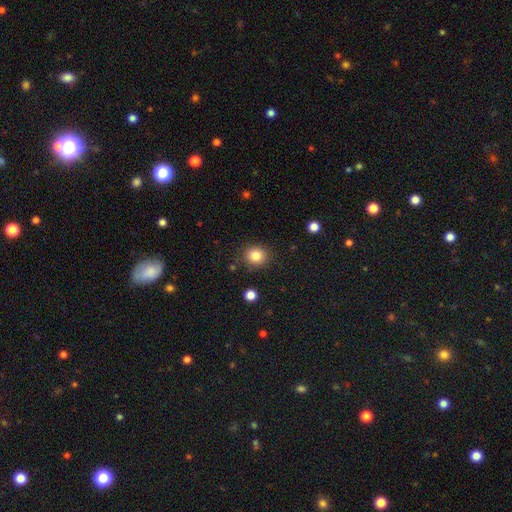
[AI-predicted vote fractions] smooth 83%, star or artifact 11%, featured or disk 6%. Down the decision tree: how rounded — round (88%); merging — none (88%).